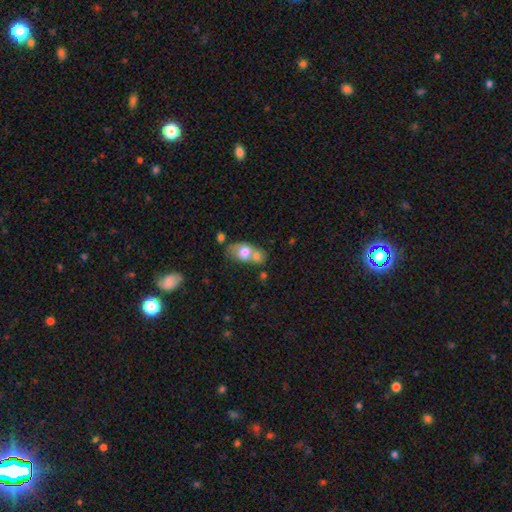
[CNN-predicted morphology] Smooth or featured? Predicted: smooth (p=0.54). How rounded? Predicted: in between (p=0.58). Merging? Predicted: none (p=0.48).